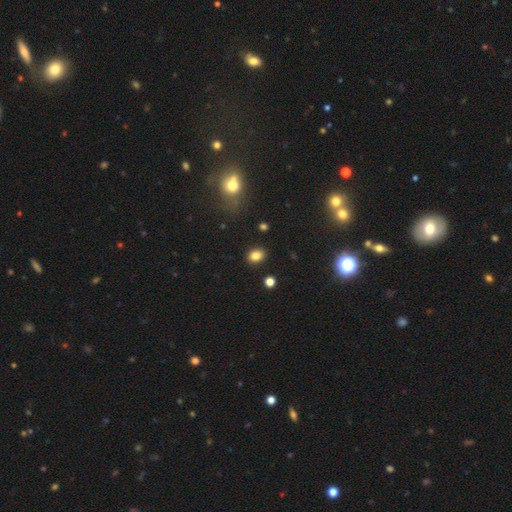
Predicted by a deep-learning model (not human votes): The model was most divided on "how rounded": in between: 65%, round: 34%, cigar-shaped: 1%. More confident: merging — none (87%); smooth or featured — smooth (83%).